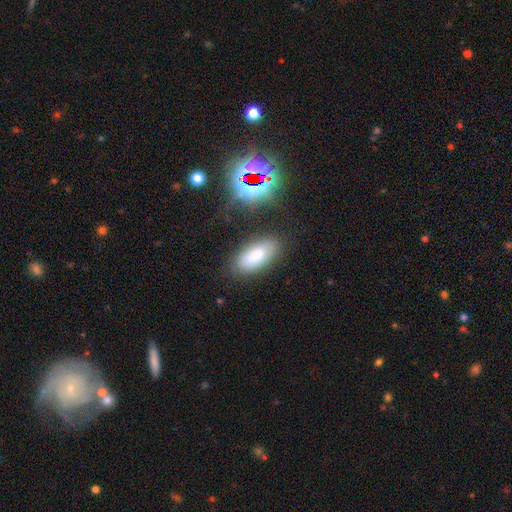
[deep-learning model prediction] A smooth galaxy with no disk features (77%) that is in between round and cigar-shaped (88%).

Vote fractions:
- Smooth or featured? smooth: 77% / featured or disk: 14% / star or artifact: 9%
- How rounded? in between: 88% / cigar-shaped: 10% / round: 3%
- Merging? none: 78% / minor disturbance: 15% / major disturbance: 4% / merger: 3%